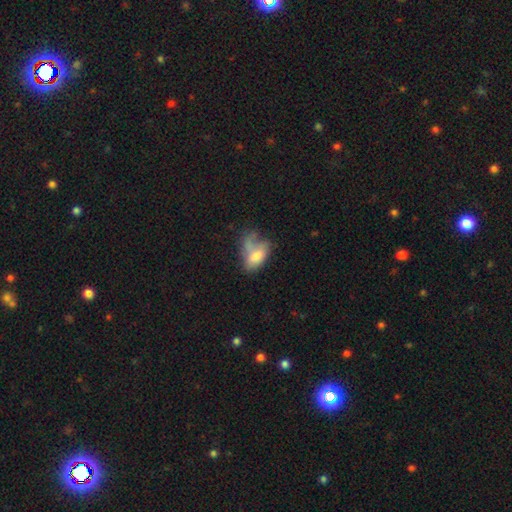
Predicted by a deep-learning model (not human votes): A smooth galaxy with no disk features (67%) that is in between round and cigar-shaped (89%).

Vote fractions:
- Smooth or featured? smooth: 67% / featured or disk: 24% / star or artifact: 9%
- How rounded? in between: 89% / round: 7% / cigar-shaped: 4%
- Merging? major disturbance: 31% / none: 25% / merger: 22% / minor disturbance: 21%